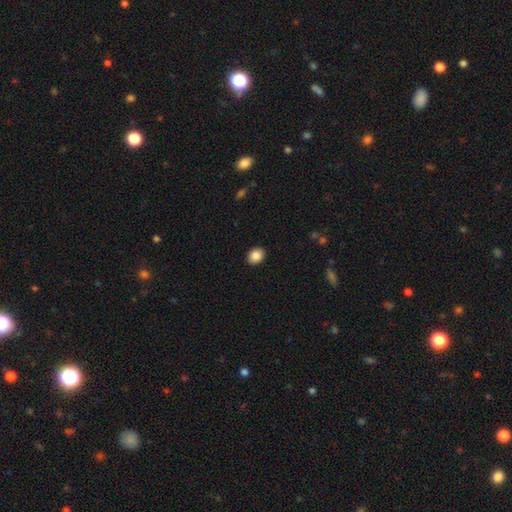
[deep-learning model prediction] smooth 87%, star or artifact 8%, featured or disk 5%. Down the decision tree: how rounded — in between (57%); merging — none (91%).